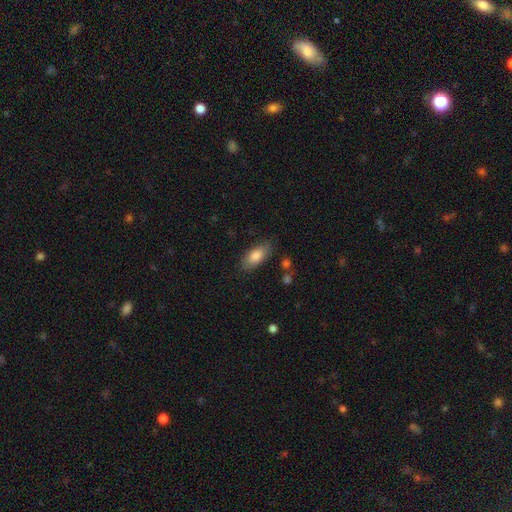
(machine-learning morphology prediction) A smooth galaxy with no disk features (83%) that is in between round and cigar-shaped (88%).

Vote fractions:
- Smooth or featured? smooth: 83% / featured or disk: 10% / star or artifact: 6%
- How rounded? in between: 88% / cigar-shaped: 9% / round: 3%
- Merging? none: 80% / minor disturbance: 14% / major disturbance: 4% / merger: 2%